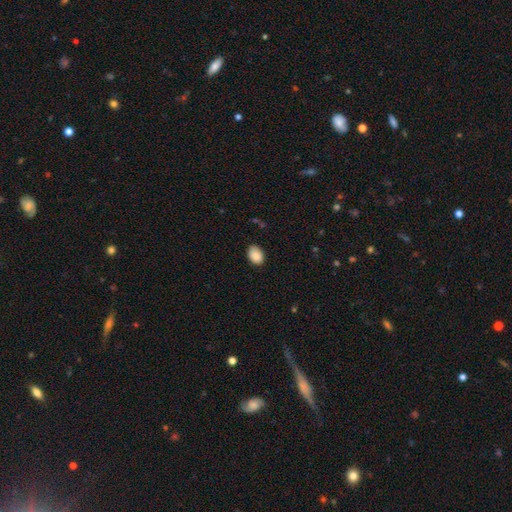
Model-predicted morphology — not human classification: Smooth or featured? smooth (88%)
How rounded? in between (77%)
Merging? none (83%)